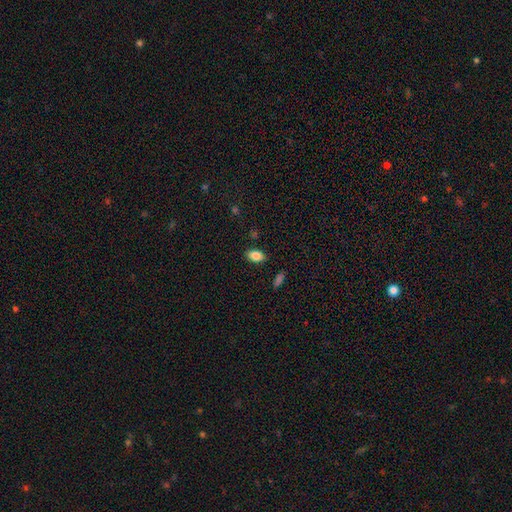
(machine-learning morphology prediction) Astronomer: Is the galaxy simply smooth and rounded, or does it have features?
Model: smooth — 85%.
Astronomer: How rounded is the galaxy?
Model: in between — 91%.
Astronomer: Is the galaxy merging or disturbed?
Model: none — 86%.